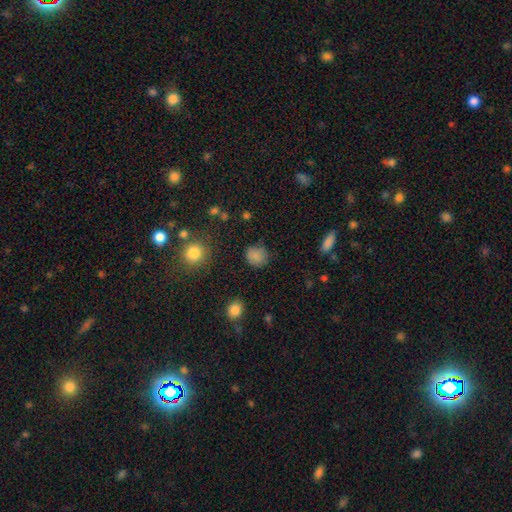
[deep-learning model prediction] Morphology: type=smooth (82%); roundness=round (81%); merging=none (76%).